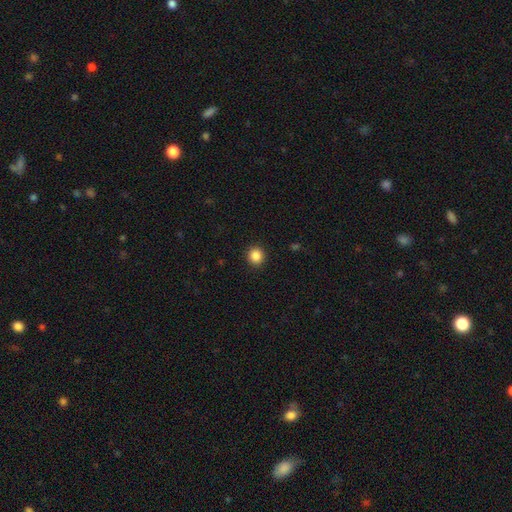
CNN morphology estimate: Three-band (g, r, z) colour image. It shows a smooth galaxy with no disk features (87%) that is round (91%). Merging: none (93%).